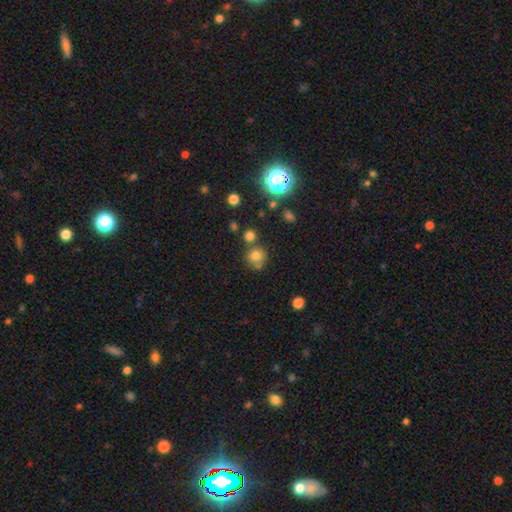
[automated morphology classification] Smooth or featured?
  - smooth: 75% *
  - star or artifact: 17%
  - featured or disk: 9%
How rounded?
  - round: 86% *
  - in between: 13%
  - cigar-shaped: 1%
Merging?
  - none: 61% *
  - merger: 19%
  - minor disturbance: 14%
  - major disturbance: 6%